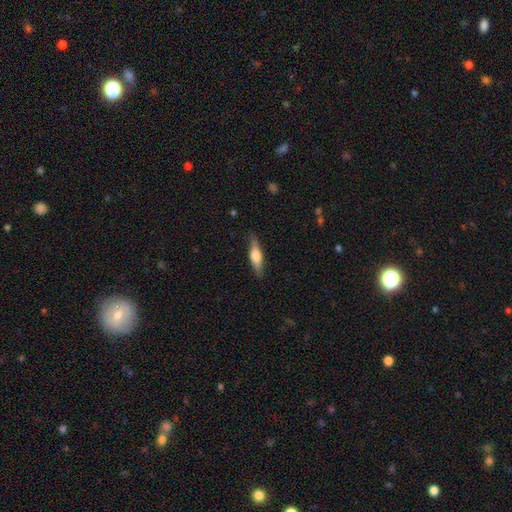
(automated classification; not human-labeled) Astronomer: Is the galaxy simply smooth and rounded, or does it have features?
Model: smooth — 51% (runner-up: featured or disk, 43%).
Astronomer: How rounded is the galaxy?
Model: cigar-shaped — 70%.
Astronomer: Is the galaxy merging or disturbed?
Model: none — 84%.